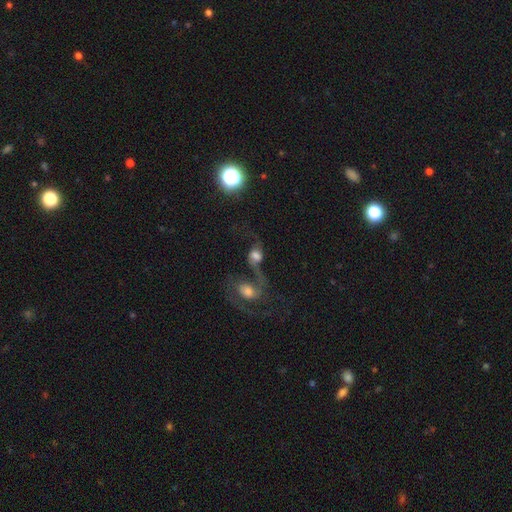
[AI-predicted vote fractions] Smooth or featured?
  - featured or disk: 53% *
  - smooth: 34%
  - star or artifact: 12%
Edge-on disk?
  - no: 94% *
  - yes: 6%
Merging?
  - merger: 66% *
  - none: 15%
  - major disturbance: 12%
  - minor disturbance: 7%